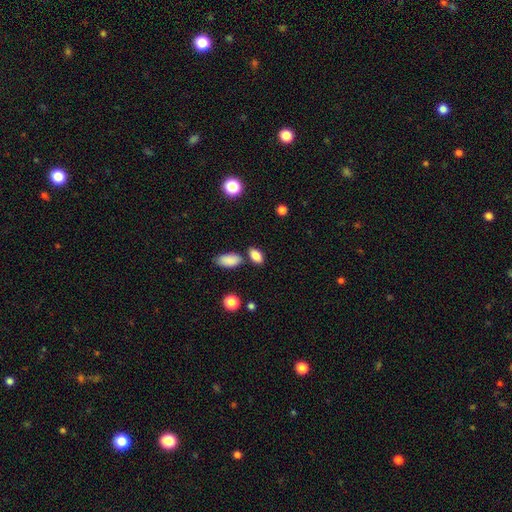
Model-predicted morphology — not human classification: The model was most divided on "merging": none: 72%, merger: 12%, minor disturbance: 12%, major disturbance: 3%. More confident: how rounded — in between (89%); smooth or featured — smooth (85%).